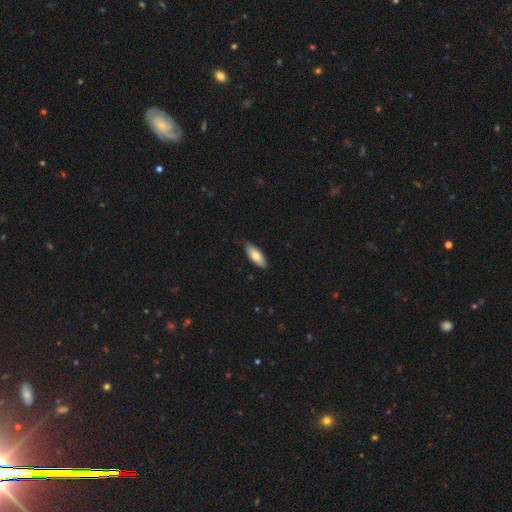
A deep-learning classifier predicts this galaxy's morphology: smooth_or_featured: smooth (p=0.76) [alt: featured or disk p=0.18]
how_rounded: in between (p=0.73) [alt: cigar-shaped p=0.25]
merging: none (p=0.80) [alt: minor disturbance p=0.17]